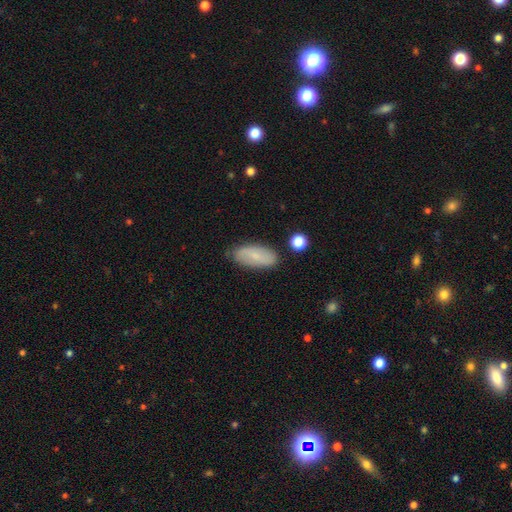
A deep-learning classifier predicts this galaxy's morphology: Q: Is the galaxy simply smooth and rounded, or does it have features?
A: smooth — 71%.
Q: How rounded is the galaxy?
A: in between — 84%.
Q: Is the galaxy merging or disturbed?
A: none — 80%.